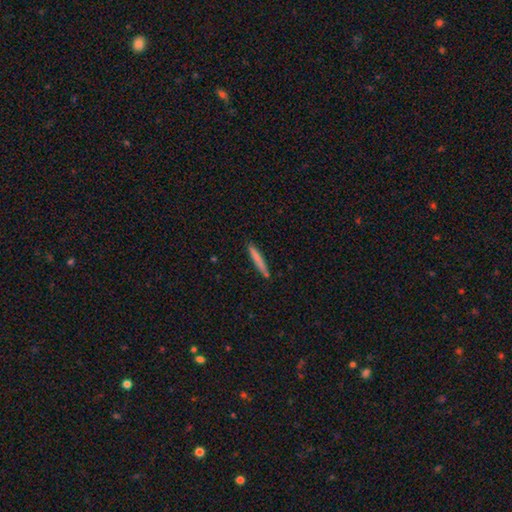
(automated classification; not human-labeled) Overall: smooth (75%). How rounded: cigar-shaped (96%). Merging: none (89%).